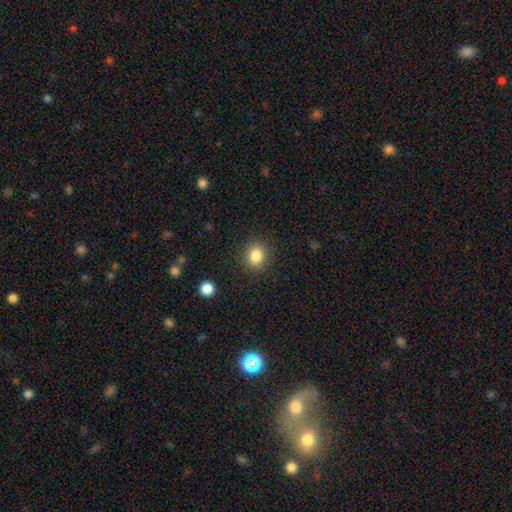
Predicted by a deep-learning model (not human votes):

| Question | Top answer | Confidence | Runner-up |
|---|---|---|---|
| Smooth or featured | smooth | 84% | star or artifact (10%) |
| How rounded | round | 66% | in between (34%) |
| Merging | none | 88% | minor disturbance (8%) |